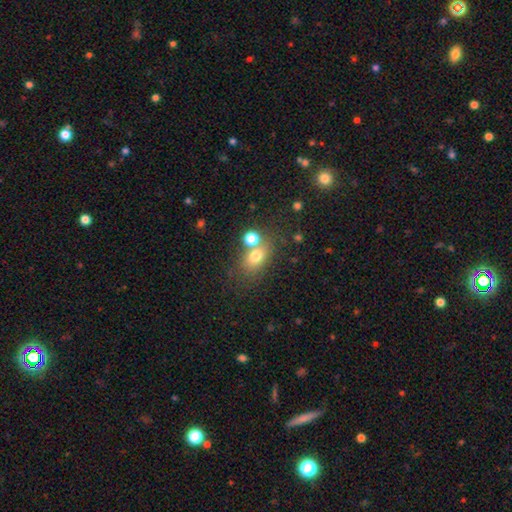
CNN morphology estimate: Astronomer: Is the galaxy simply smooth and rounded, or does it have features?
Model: smooth — 74%.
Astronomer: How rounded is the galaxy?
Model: in between — 64%.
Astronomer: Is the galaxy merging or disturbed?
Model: none — 55%.